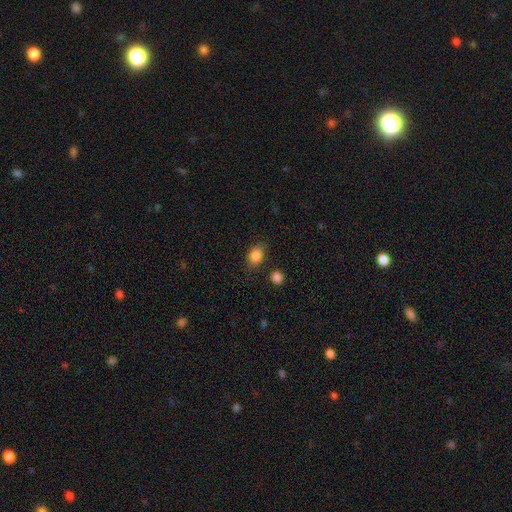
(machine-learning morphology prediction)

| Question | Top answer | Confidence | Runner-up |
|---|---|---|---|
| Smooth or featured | smooth | 85% | star or artifact (9%) |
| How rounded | in between | 69% | round (29%) |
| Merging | none | 79% | minor disturbance (13%) |